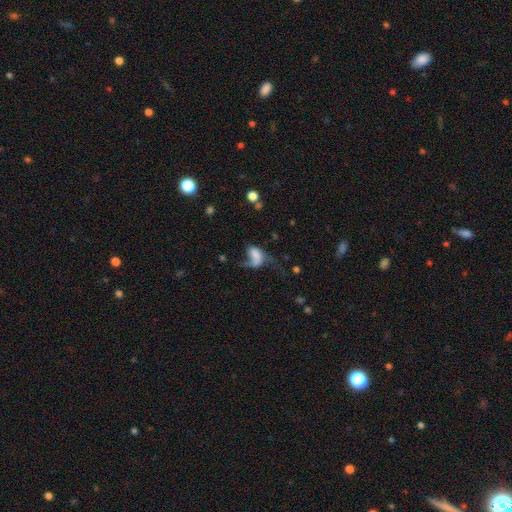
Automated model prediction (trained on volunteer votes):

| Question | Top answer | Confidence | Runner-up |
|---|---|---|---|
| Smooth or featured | smooth | 51% | featured or disk (38%) |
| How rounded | in between | 83% | round (14%) |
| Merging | major disturbance | 55% | none (19%) |